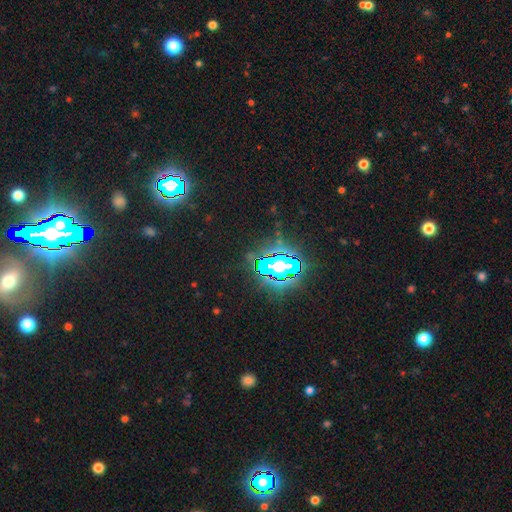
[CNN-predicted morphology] The model was most divided on "smooth or featured": star or artifact: 82%, smooth: 11%, featured or disk: 8%.